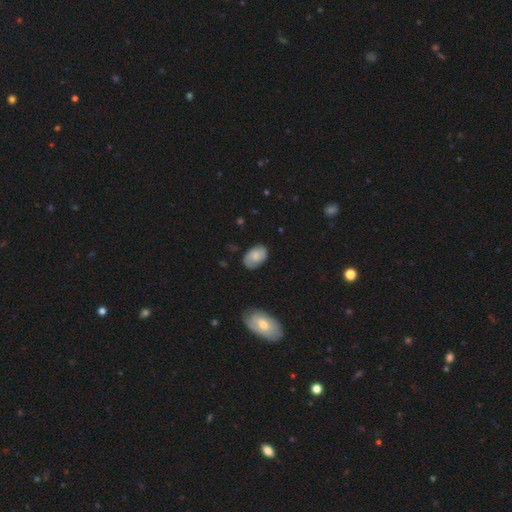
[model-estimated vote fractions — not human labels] A smooth galaxy with no disk features (59%) that is in between round and cigar-shaped (88%). Merging: none (75%).